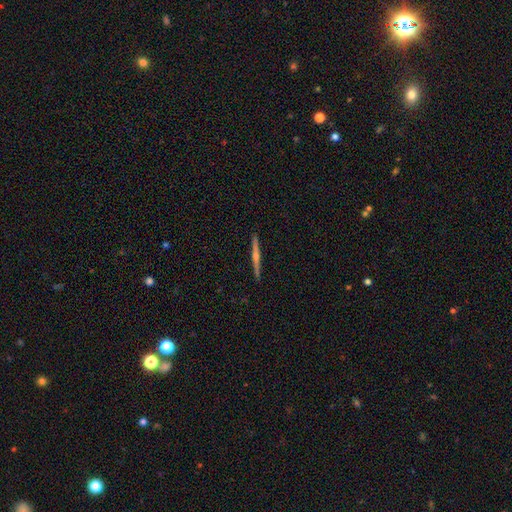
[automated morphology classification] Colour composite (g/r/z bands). It shows a featured or disk galaxy (64%) viewed edge-on (95%) with a rounded central bulge (67%). Merging: none (89%).